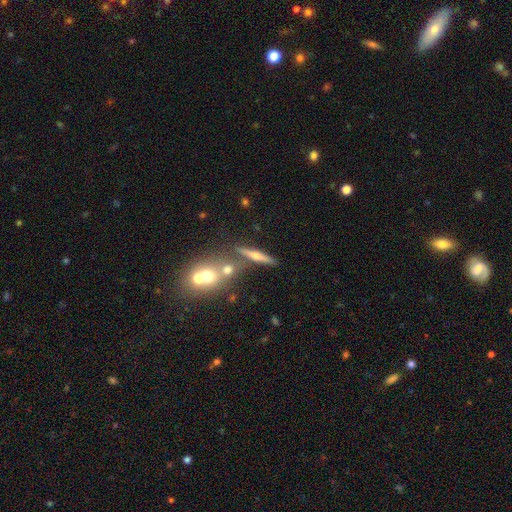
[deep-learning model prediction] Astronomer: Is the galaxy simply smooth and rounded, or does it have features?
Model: featured or disk — 58%.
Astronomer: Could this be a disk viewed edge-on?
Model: yes — 89%.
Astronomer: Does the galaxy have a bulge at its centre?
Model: rounded — 85%.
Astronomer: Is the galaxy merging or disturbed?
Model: none — 69%.